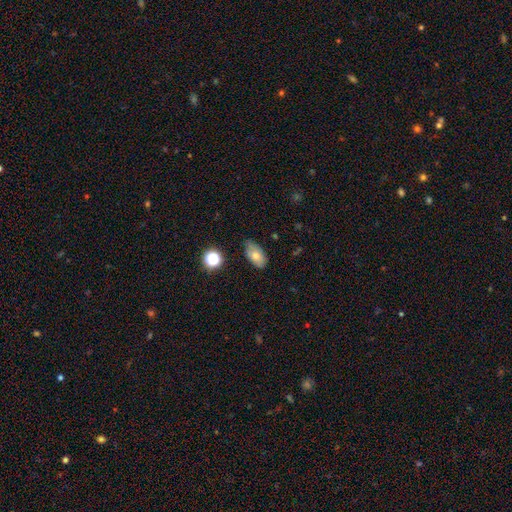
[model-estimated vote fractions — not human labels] smooth-or-featured: smooth: 73% | featured or disk: 17% | star or artifact: 10%
  how-rounded: in between: 90% | round: 7% | cigar-shaped: 3%
  merging: none: 65% | minor disturbance: 28% | major disturbance: 5% | merger: 2%